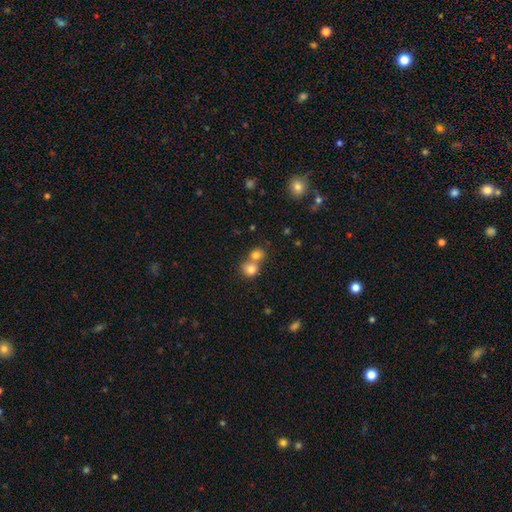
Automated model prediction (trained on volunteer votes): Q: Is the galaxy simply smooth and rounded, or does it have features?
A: smooth — 70%.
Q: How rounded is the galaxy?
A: round — 81%.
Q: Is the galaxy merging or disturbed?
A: merger — 48%.